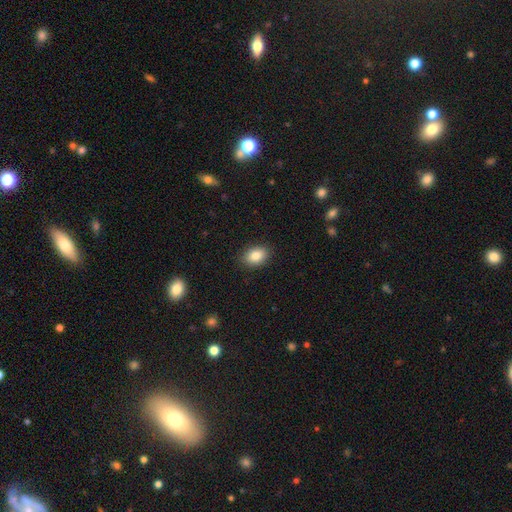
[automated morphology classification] A smooth galaxy with no disk features (85%) that is in between round and cigar-shaped (80%).

Vote fractions:
- Smooth or featured? smooth: 85% / star or artifact: 8% / featured or disk: 7%
- How rounded? in between: 80% / round: 19% / cigar-shaped: 1%
- Merging? none: 89% / minor disturbance: 8% / major disturbance: 2% / merger: 1%